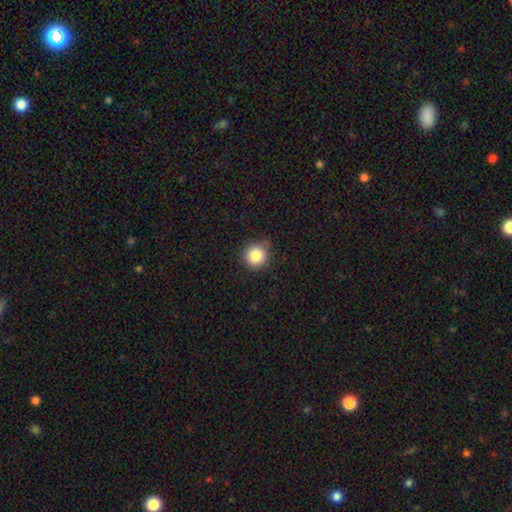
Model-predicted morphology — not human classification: Smooth or featured?
  - smooth: 85% *
  - star or artifact: 10%
  - featured or disk: 5%
How rounded?
  - round: 92% *
  - in between: 8%
  - cigar-shaped: 1%
Merging?
  - none: 78% *
  - minor disturbance: 18%
  - major disturbance: 3%
  - merger: 1%